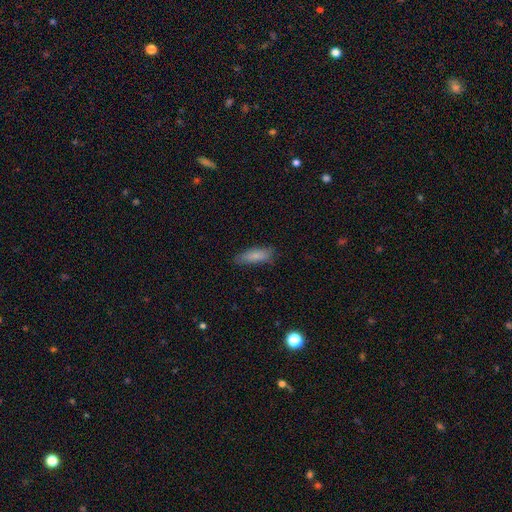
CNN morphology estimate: Smooth or featured: smooth — 80% (featured or disk — 13%)
How rounded: in between — 57% (cigar-shaped — 41%)
Merging: none — 78% (minor disturbance — 17%)